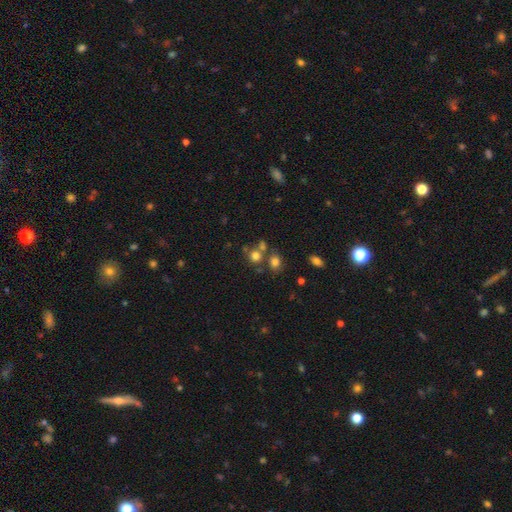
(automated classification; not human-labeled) A smooth galaxy with no disk features (72%) that is round (80%).

Vote fractions:
- Smooth or featured? smooth: 72% / star or artifact: 17% / featured or disk: 11%
- How rounded? round: 80% / in between: 18% / cigar-shaped: 1%
- Merging? none: 55% / merger: 31% / minor disturbance: 9% / major disturbance: 5%